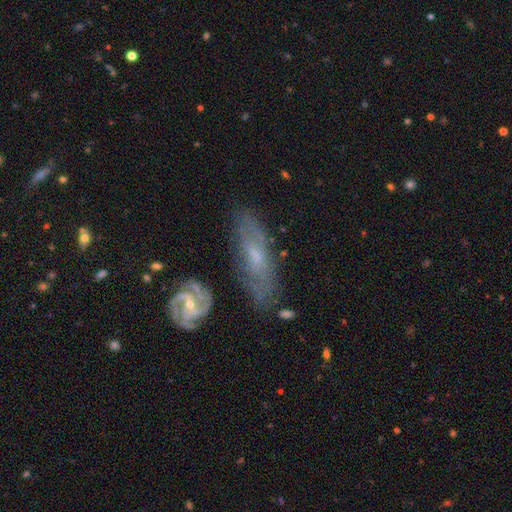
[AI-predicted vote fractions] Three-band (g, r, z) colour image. It shows a featured or disk galaxy (61%). Merging: none (71%).